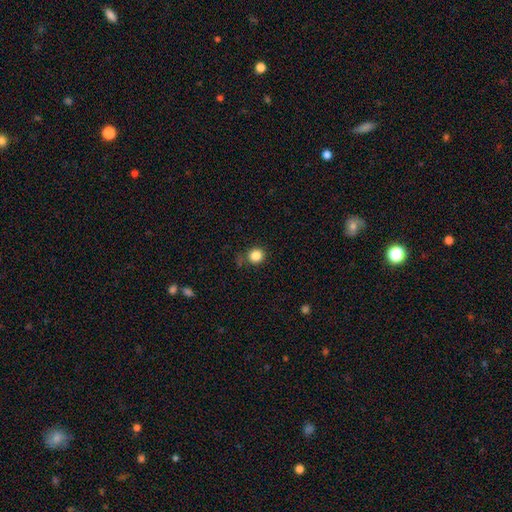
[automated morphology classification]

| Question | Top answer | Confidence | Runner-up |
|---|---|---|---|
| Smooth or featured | smooth | 85% | star or artifact (11%) |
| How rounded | round | 90% | in between (9%) |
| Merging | none | 78% | minor disturbance (14%) |